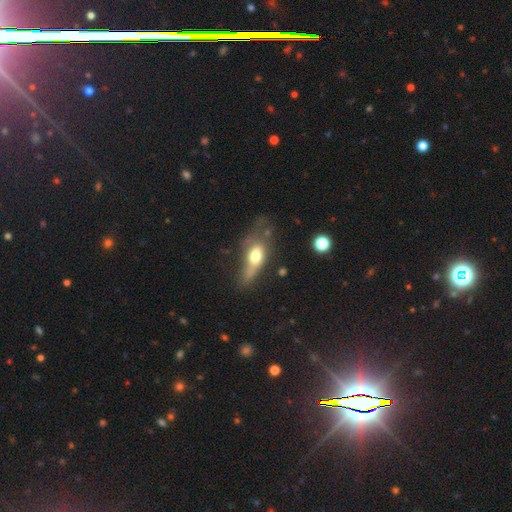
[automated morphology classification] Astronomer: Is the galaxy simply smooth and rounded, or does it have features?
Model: smooth — 60%.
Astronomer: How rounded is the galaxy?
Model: in between — 71%.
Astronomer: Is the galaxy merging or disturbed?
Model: major disturbance — 36% (runner-up: none, 29%).